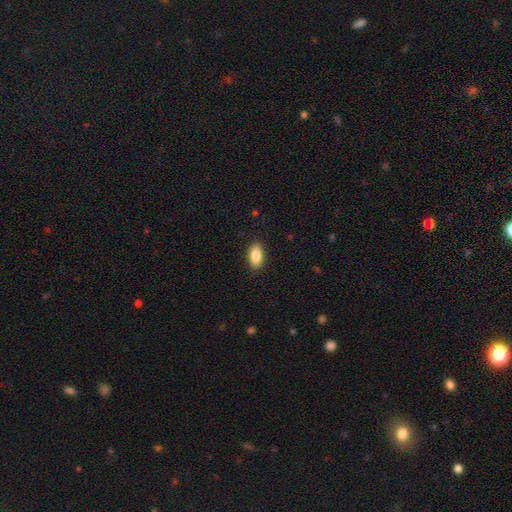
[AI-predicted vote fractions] smooth 86%, featured or disk 8%, star or artifact 7%. Down the decision tree: how rounded — in between (91%); merging — none (89%).